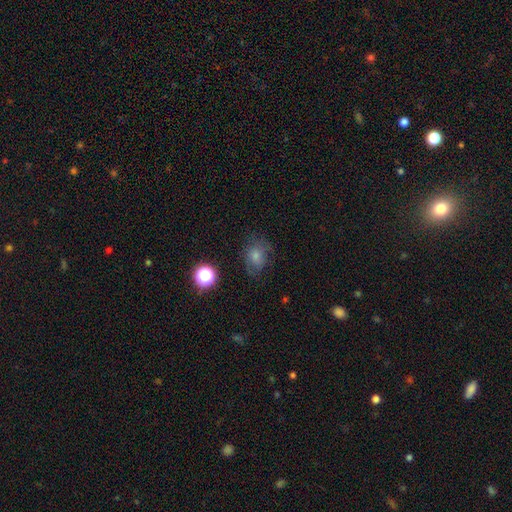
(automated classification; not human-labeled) Smooth or featured?
  - smooth: 50% *
  - featured or disk: 27%
  - star or artifact: 23%
Merging?
  - none: 66% *
  - minor disturbance: 22%
  - major disturbance: 11%
  - merger: 2%